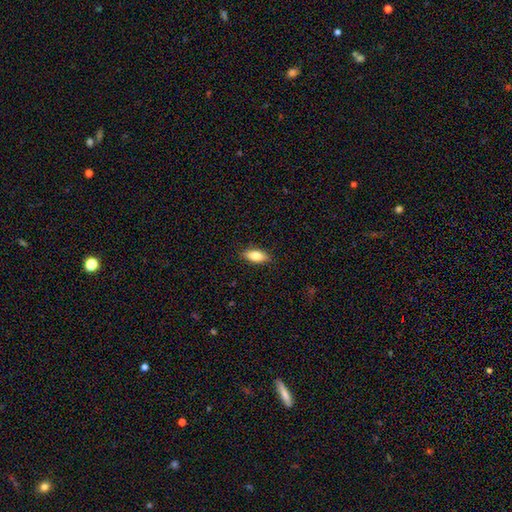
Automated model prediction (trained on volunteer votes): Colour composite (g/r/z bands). It shows a smooth galaxy with no disk features (77%) that is in between round and cigar-shaped (82%). Merging: none (87%).